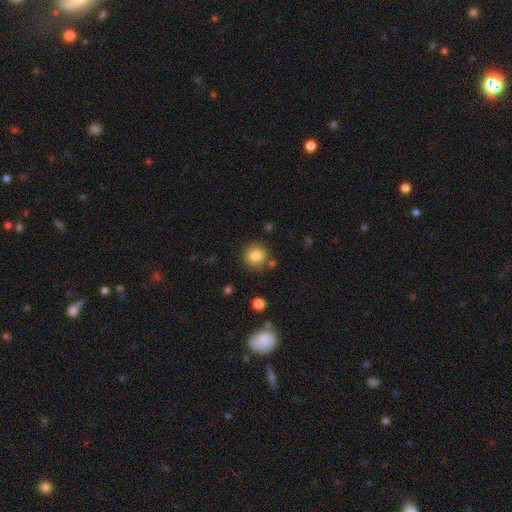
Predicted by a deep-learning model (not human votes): A smooth galaxy with no disk features (84%) that is round (85%).

Vote fractions:
- Smooth or featured? smooth: 84% / star or artifact: 10% / featured or disk: 6%
- How rounded? round: 85% / in between: 14% / cigar-shaped: 1%
- Merging? none: 79% / minor disturbance: 11% / merger: 6% / major disturbance: 3%